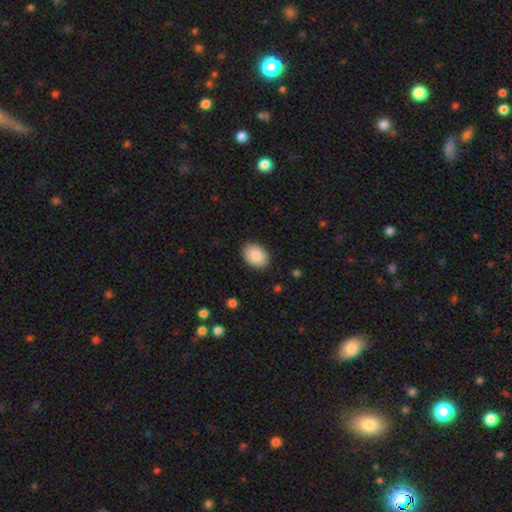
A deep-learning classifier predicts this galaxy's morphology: smooth-or-featured: smooth: 89% | star or artifact: 6% | featured or disk: 5%
  how-rounded: in between: 79% | round: 20% | cigar-shaped: 1%
  merging: none: 88% | minor disturbance: 9% | major disturbance: 2% | merger: 1%